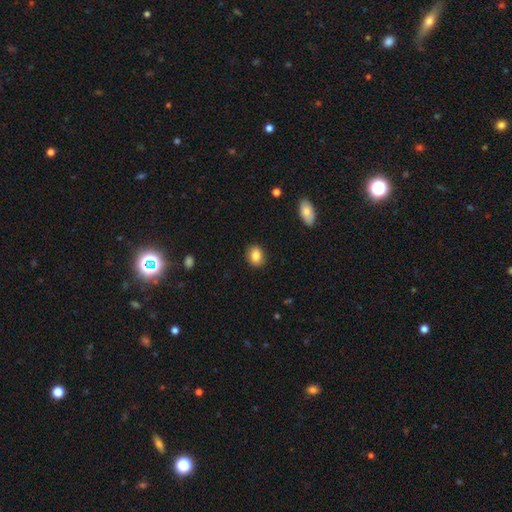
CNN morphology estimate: This is clearly a smooth galaxy (86%). How rounded: possibly in between (57%). Merging: clearly none (88%).